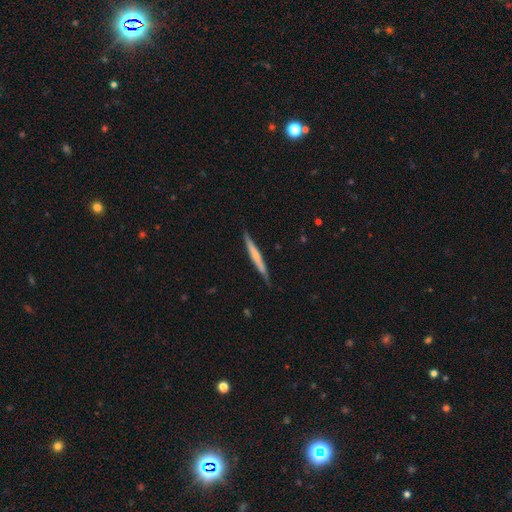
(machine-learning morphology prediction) smooth_or_featured: smooth (p=0.49) [alt: featured or disk p=0.46]
merging: none (p=0.83) [alt: minor disturbance p=0.13]